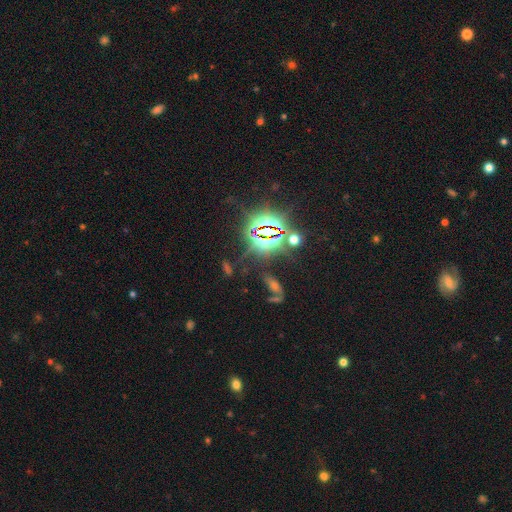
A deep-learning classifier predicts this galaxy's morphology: Smooth or featured? star or artifact (80%)